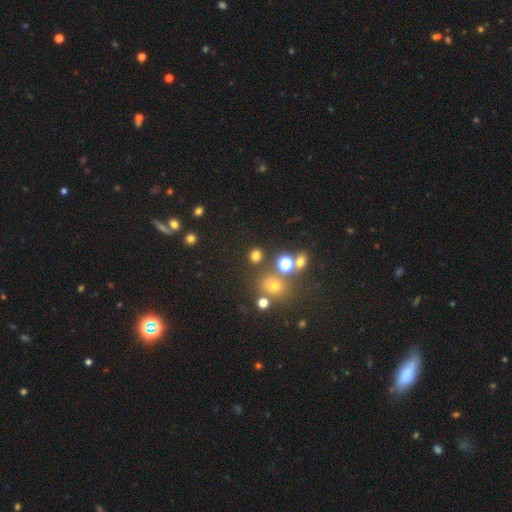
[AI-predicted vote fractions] This is likely a smooth galaxy (71%). How rounded: clearly round (84%). Merging: clearly none (81%).